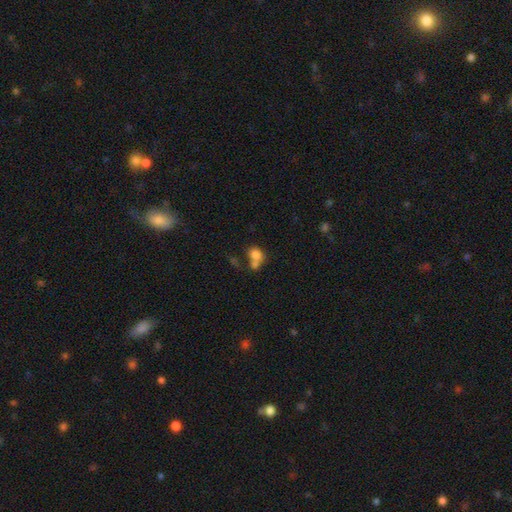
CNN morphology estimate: Q: Smooth or featured?
A: smooth (76%); runner-up: featured or disk (13%)
Q: How rounded?
A: in between (52%); runner-up: round (47%)
Q: Merging?
A: merger (53%); runner-up: none (30%)